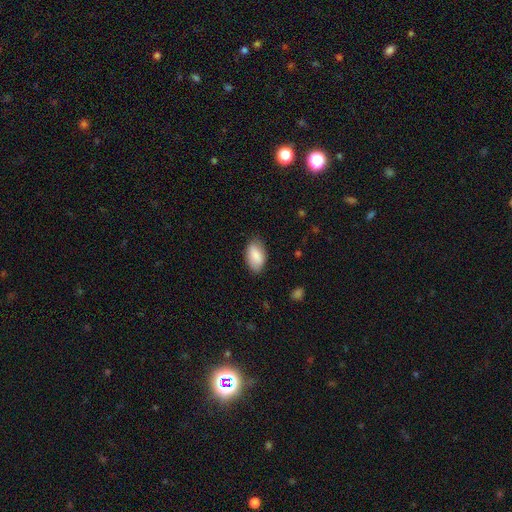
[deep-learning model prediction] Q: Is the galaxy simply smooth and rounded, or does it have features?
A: smooth — 86%.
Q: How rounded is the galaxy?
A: in between — 94%.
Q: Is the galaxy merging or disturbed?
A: none — 78%.